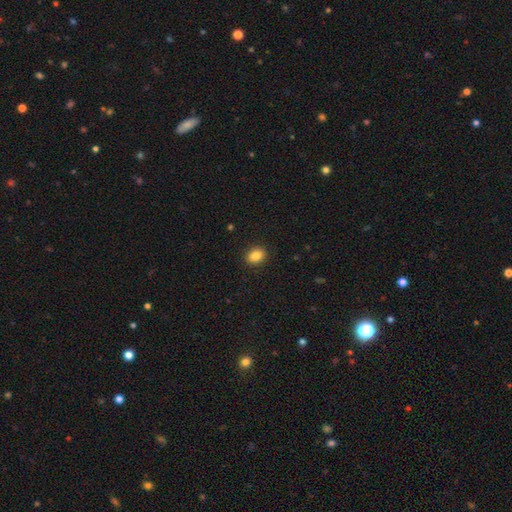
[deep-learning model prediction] smooth-or-featured: smooth: 85% | star or artifact: 9% | featured or disk: 6%
  how-rounded: in between: 53% | round: 45% | cigar-shaped: 1%
  merging: none: 91% | minor disturbance: 7% | major disturbance: 2% | merger: 1%